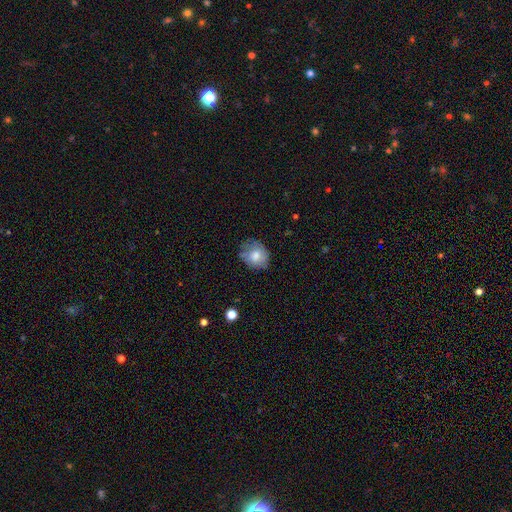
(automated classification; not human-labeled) Smooth or featured? Predicted: smooth (p=0.71). How rounded? Predicted: round (p=0.56). Merging? Predicted: none (p=0.58).